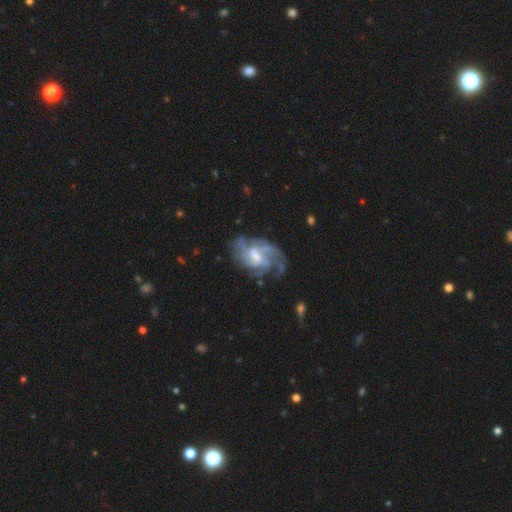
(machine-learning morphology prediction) Smooth or featured?
  - featured or disk: 84% *
  - smooth: 10%
  - star or artifact: 6%
Edge-on disk?
  - no: 97% *
  - yes: 3%
Bar?
  - weak: 52% *
  - no: 33%
  - strong: 14%
Spiral arms?
  - yes: 93% *
  - no: 7%
Spiral winding?
  - medium: 46% *
  - tight: 35%
  - loose: 19%
Spiral arm count?
  - can't tell: 30% *
  - 3: 24%
  - 4: 19%
  - 2: 16%
  - more than 4: 6%
  - 1: 6%
Bulge size?
  - moderate: 50% *
  - small: 25%
  - none: 12%
  - large: 12%
  - dominant: 1%
Merging?
  - none: 56% *
  - minor disturbance: 21%
  - major disturbance: 19%
  - merger: 3%